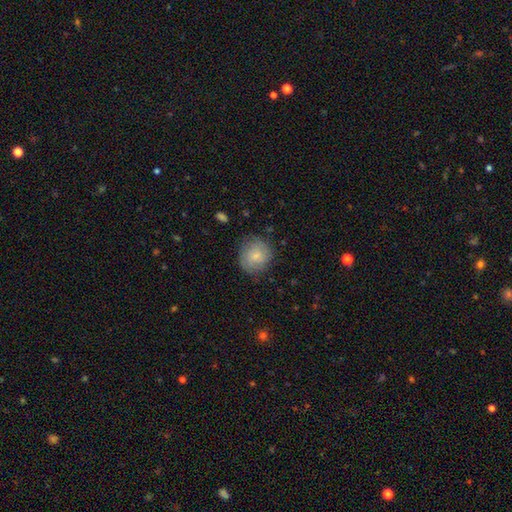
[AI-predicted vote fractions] This is likely a smooth galaxy (75%). How rounded: clearly round (86%). Merging: likely none (77%).